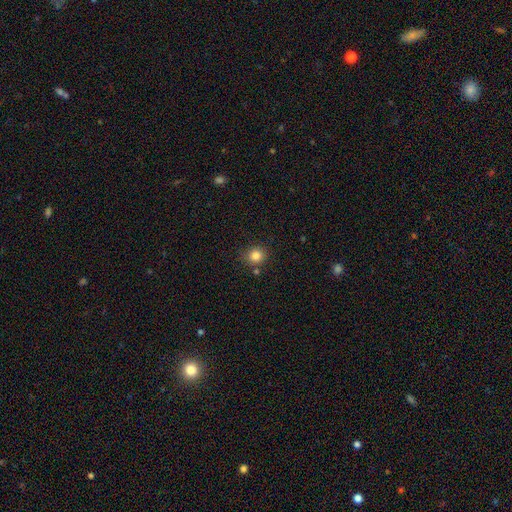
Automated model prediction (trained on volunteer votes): Smooth or featured: smooth — 84% (star or artifact — 11%)
How rounded: round — 86% (in between — 13%)
Merging: none — 81% (minor disturbance — 11%)